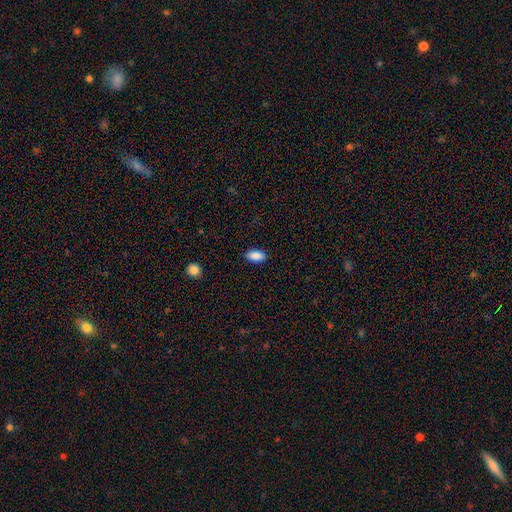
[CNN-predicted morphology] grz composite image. It shows a smooth galaxy with no disk features (89%) that is in between round and cigar-shaped (93%). Merging: none (88%).